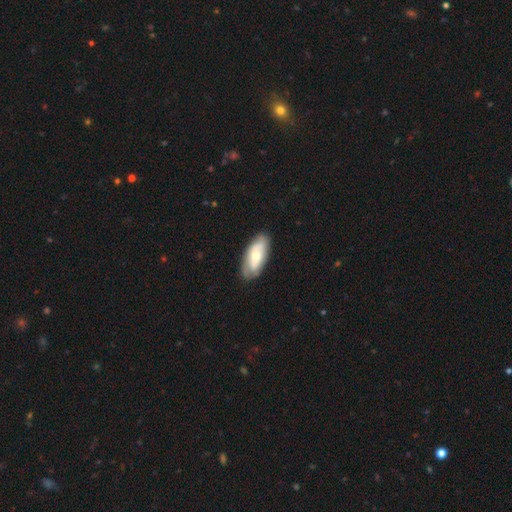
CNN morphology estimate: smooth-or-featured: smooth: 50% | featured or disk: 45% | star or artifact: 6%
  merging: none: 79% | minor disturbance: 16% | major disturbance: 4% | merger: 1%